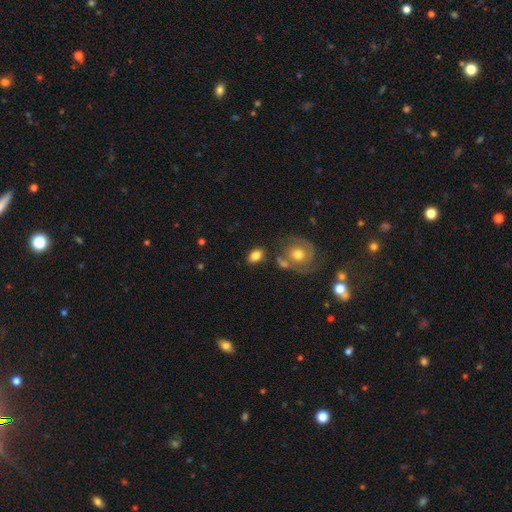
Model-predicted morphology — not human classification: type=smooth (78%); roundness=in between (82%); merging=none (74%).